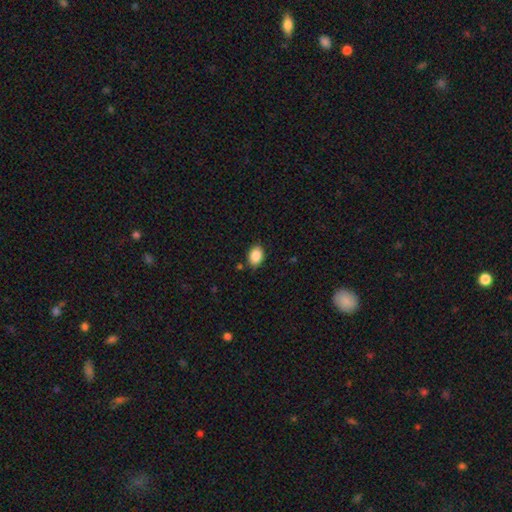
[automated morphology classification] Smooth or featured? Predicted: smooth (p=0.88). How rounded? Predicted: in between (p=0.79). Merging? Predicted: none (p=0.85).